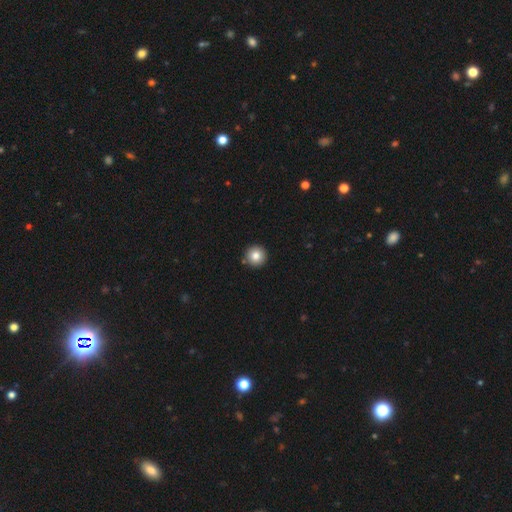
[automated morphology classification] smooth_or_featured: smooth (p=0.83) [alt: star or artifact p=0.09]
how_rounded: round (p=0.96) [alt: in between p=0.03]
merging: none (p=0.91) [alt: minor disturbance p=0.05]